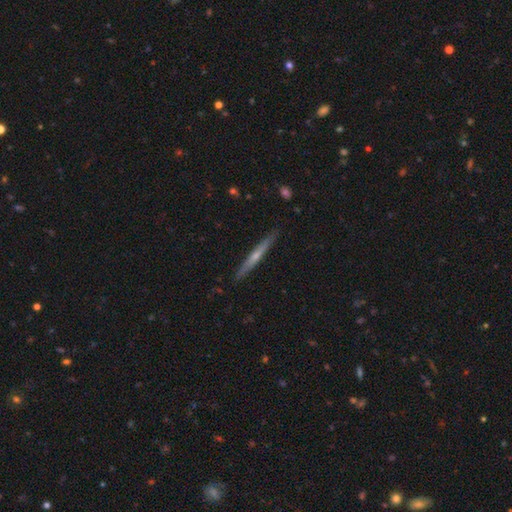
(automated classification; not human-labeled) Smooth or featured?
  - featured or disk: 59% *
  - smooth: 35%
  - star or artifact: 6%
Edge-on disk?
  - yes: 97% *
  - no: 3%
Edge-on bulge?
  - rounded: 59% *
  - none: 38%
  - boxy: 3%
Merging?
  - none: 89% *
  - minor disturbance: 8%
  - major disturbance: 1%
  - merger: 1%